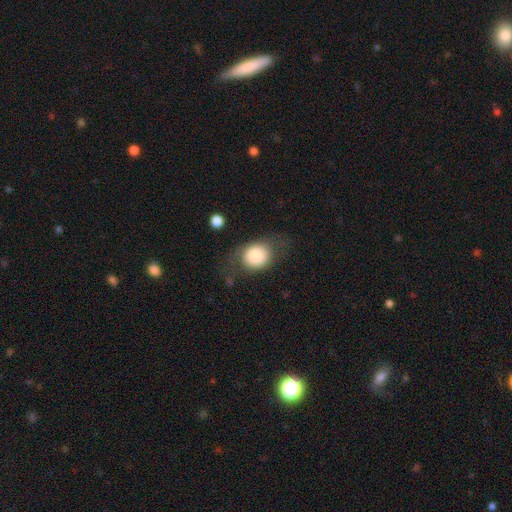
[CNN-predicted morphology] The model was most divided on "how rounded": round: 61%, in between: 38%, cigar-shaped: 1%. More confident: smooth or featured — smooth (74%); merging — none (61%).